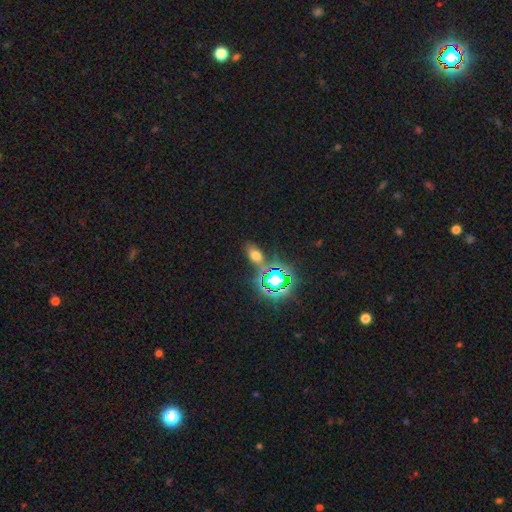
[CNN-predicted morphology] Smooth or featured? Predicted: smooth (p=0.53). How rounded? Predicted: in between (p=0.80). Merging? Predicted: none (p=0.73).